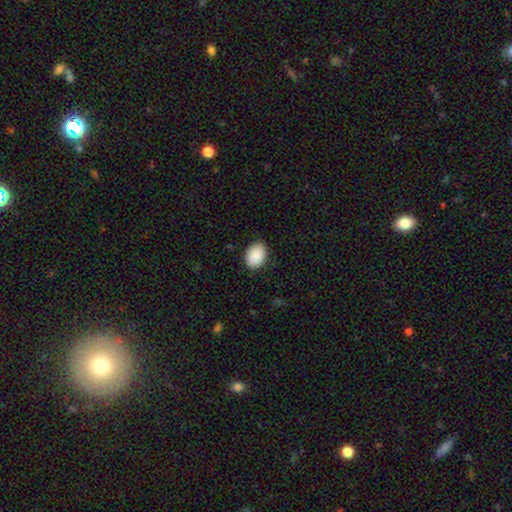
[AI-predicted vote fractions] Q: Smooth or featured?
A: smooth (91%); runner-up: star or artifact (6%)
Q: How rounded?
A: in between (79%); runner-up: round (20%)
Q: Merging?
A: none (87%); runner-up: minor disturbance (10%)